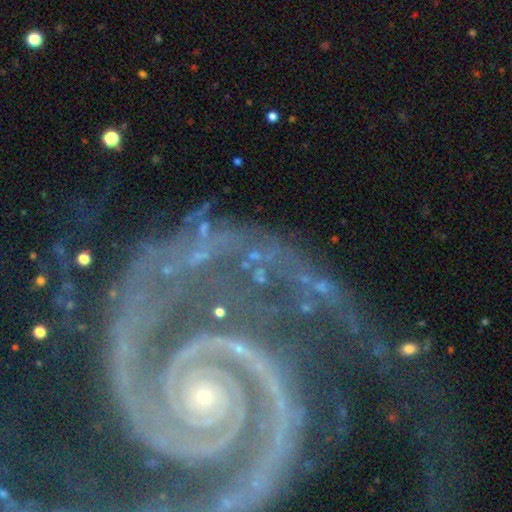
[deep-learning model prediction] Smooth or featured? featured or disk (62%)
Edge-on disk? no (89%)
Bar? no (41%)
Spiral arms? yes (81%)
Bulge size? small (51%)
Merging? none (59%)